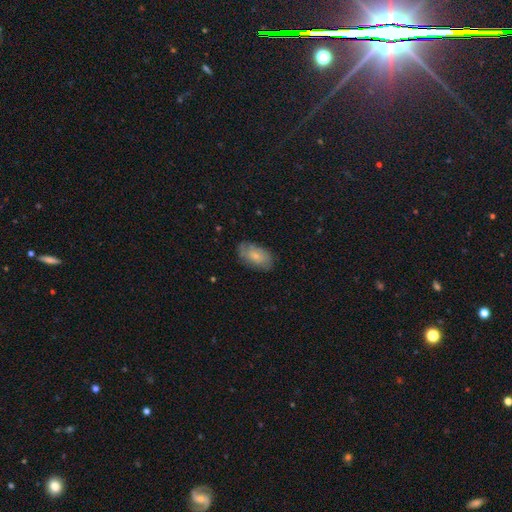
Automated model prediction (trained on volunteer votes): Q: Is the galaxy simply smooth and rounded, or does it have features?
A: smooth — 66%.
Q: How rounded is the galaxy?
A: in between — 93%.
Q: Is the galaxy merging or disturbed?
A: none — 73%.